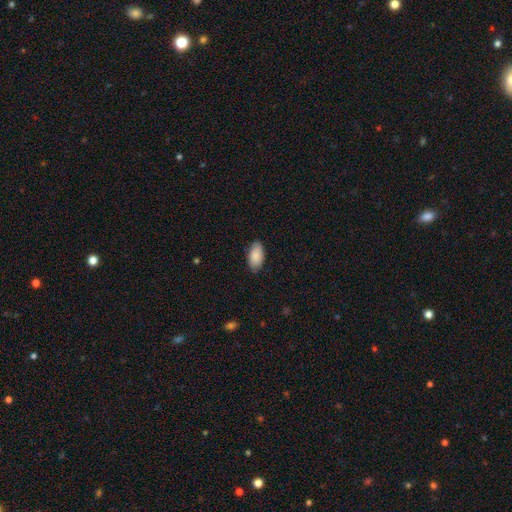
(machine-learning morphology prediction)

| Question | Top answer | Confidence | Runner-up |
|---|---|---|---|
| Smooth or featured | smooth | 87% | featured or disk (7%) |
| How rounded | in between | 95% | cigar-shaped (3%) |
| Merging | none | 84% | minor disturbance (13%) |